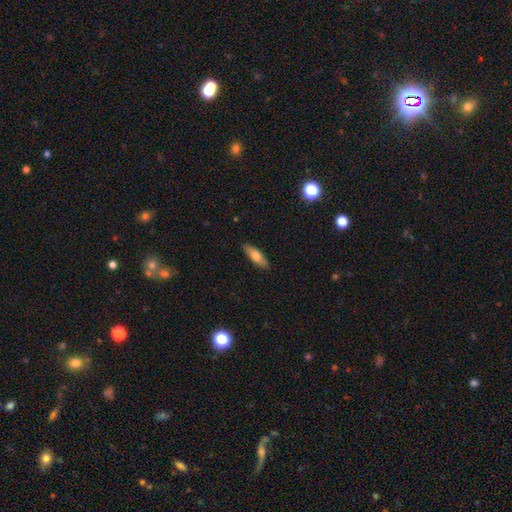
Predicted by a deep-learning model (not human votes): A smooth galaxy with no disk features (68%) that is cigar-shaped (49%, tied with in between).

Vote fractions:
- Smooth or featured? smooth: 68% / featured or disk: 26% / star or artifact: 6%
- How rounded? cigar-shaped: 49% (tied) / in between: 49% (tied) / round: 2%
- Merging? none: 89% / minor disturbance: 8% / major disturbance: 2% / merger: 1%